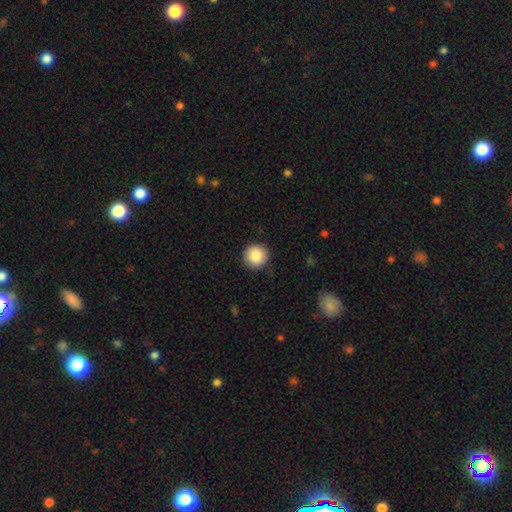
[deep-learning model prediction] smooth-or-featured: smooth: 89% | star or artifact: 8% | featured or disk: 4%
  how-rounded: round: 95% | in between: 4% | cigar-shaped: 1%
  merging: none: 90% | minor disturbance: 8% | major disturbance: 2% | merger: 1%